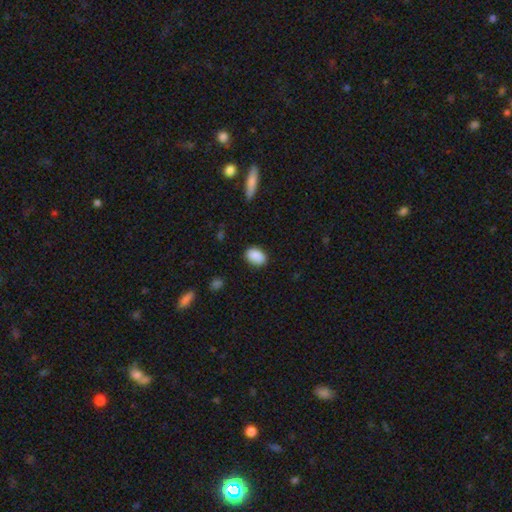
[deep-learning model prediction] Morphology: type=smooth (88%); roundness=in between (79%); merging=none (82%).